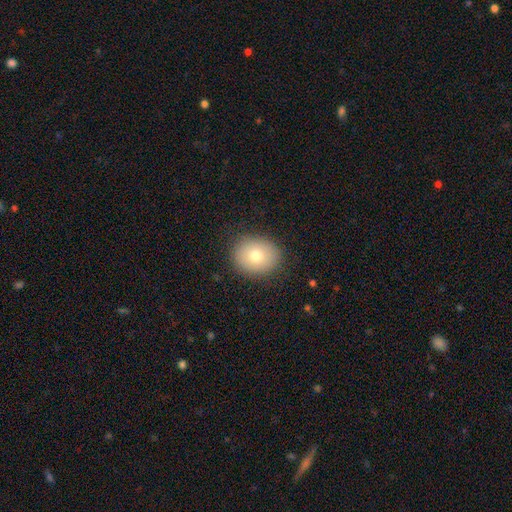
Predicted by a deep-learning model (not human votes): smooth 75%, featured or disk 14%, star or artifact 10%. Down the decision tree: how rounded — round (65%); merging — none (87%).